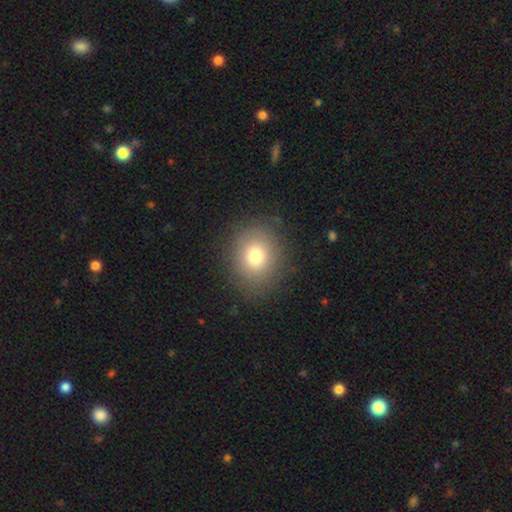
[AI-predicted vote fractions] This appears to be a smooth galaxy with no disk features (78%) that is round (62%). Merging: none (86%).